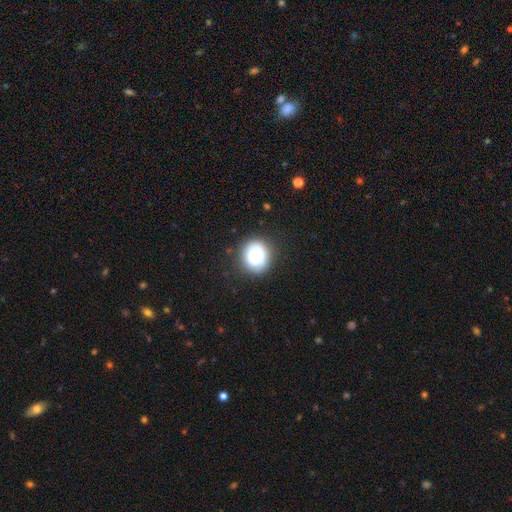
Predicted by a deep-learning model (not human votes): The model was most divided on "how rounded": round: 78%, in between: 21%, cigar-shaped: 1%. More confident: merging — none (83%); smooth or featured — smooth (80%).